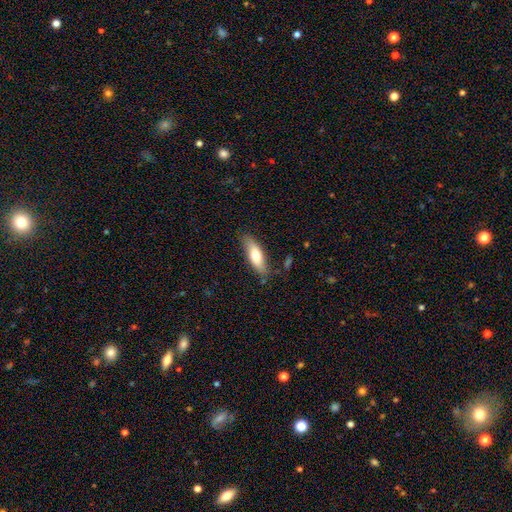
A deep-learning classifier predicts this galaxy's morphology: smooth-or-featured: smooth: 70% | featured or disk: 24% | star or artifact: 6%
  how-rounded: in between: 56% | cigar-shaped: 42% | round: 2%
  merging: none: 79% | minor disturbance: 16% | major disturbance: 3% | merger: 2%